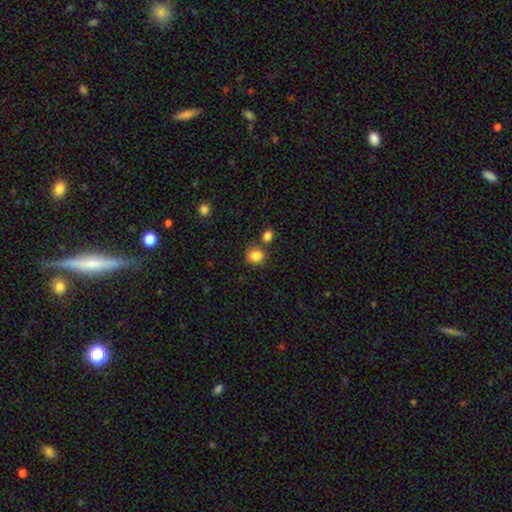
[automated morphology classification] type=smooth (85%); roundness=round (80%); merging=none (70%).